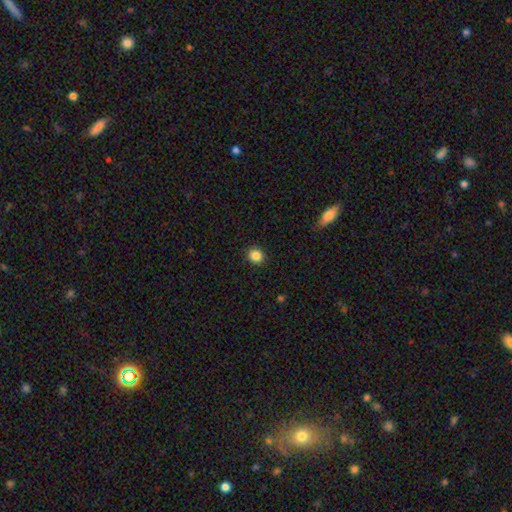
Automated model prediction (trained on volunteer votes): A smooth galaxy with no disk features (85%) that is round (87%).

Vote fractions:
- Smooth or featured? smooth: 85% / star or artifact: 11% / featured or disk: 4%
- How rounded? round: 87% / in between: 12% / cigar-shaped: 1%
- Merging? none: 92% / minor disturbance: 6% / major disturbance: 2% / merger: 1%